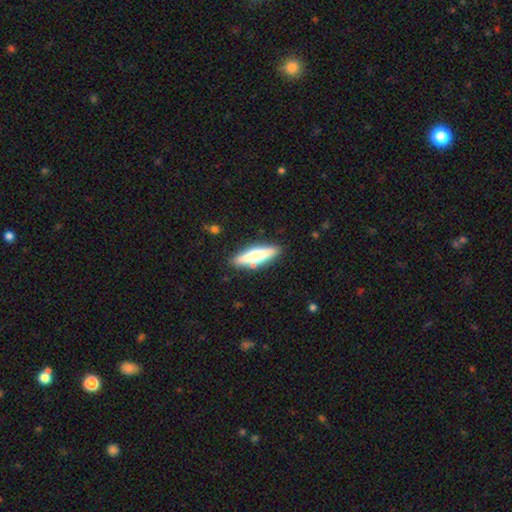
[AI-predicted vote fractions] A featured or disk galaxy (47%, tied with smooth).

Vote fractions:
- Smooth or featured? featured or disk: 47% (tied) / smooth: 47% (tied) / star or artifact: 6%
- Merging? none: 86% / minor disturbance: 9% / merger: 3% / major disturbance: 2%